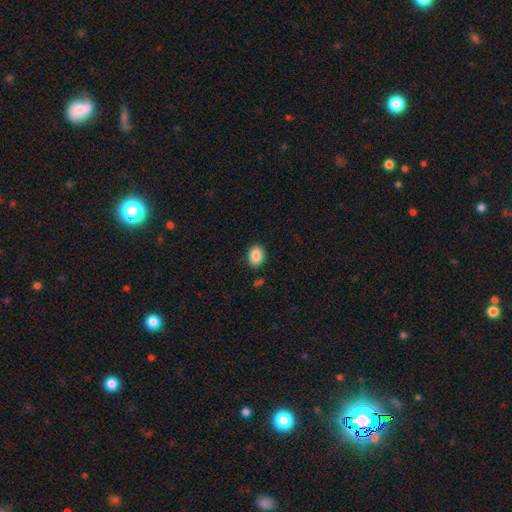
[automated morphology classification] smooth-or-featured: smooth: 87% | star or artifact: 8% | featured or disk: 5%
  how-rounded: in between: 66% | round: 33% | cigar-shaped: 1%
  merging: none: 87% | minor disturbance: 9% | major disturbance: 2% | merger: 2%